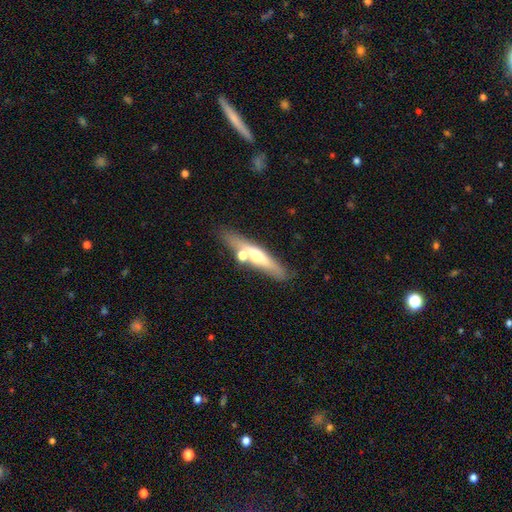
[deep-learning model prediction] The model was most divided on "smooth or featured": featured or disk: 52%, smooth: 40%, star or artifact: 7%. More confident: edge-on disk — yes (85%); merging — none (67%).